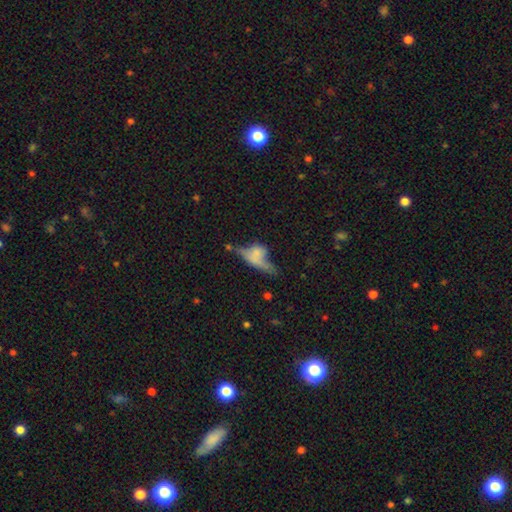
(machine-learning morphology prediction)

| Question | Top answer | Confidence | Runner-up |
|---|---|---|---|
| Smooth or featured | smooth | 50% | featured or disk (38%) |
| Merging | none | 35% | merger (28%) |